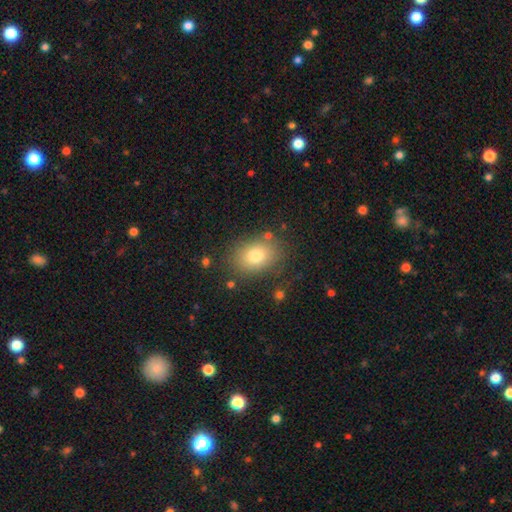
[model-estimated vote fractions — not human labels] The model was most divided on "how rounded": in between: 67%, round: 32%, cigar-shaped: 1%. More confident: merging — none (81%); smooth or featured — smooth (78%).